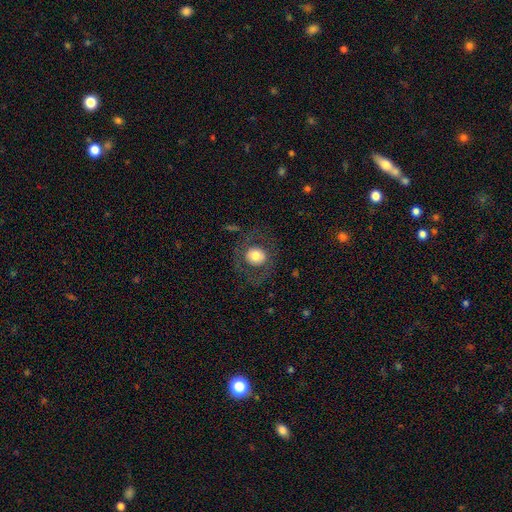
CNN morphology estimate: A smooth galaxy with no disk features (64%) that is round (86%).

Vote fractions:
- Smooth or featured? smooth: 64% / featured or disk: 27% / star or artifact: 9%
- How rounded? round: 86% / in between: 13% / cigar-shaped: 1%
- Merging? none: 77% / major disturbance: 11% / minor disturbance: 11% / merger: 1%